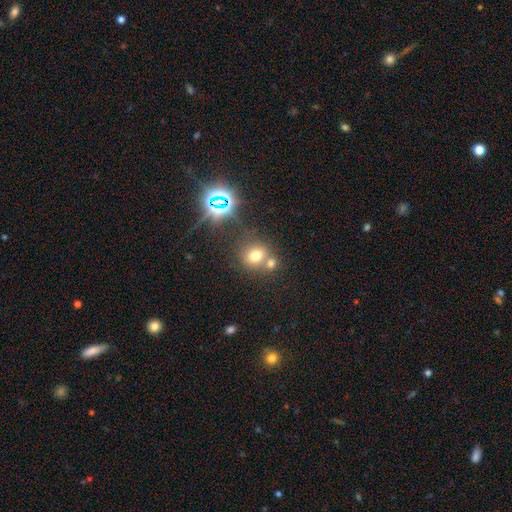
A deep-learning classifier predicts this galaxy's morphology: This appears to be a smooth galaxy with no disk features (67%) that is round (72%). Merging: none (50%).